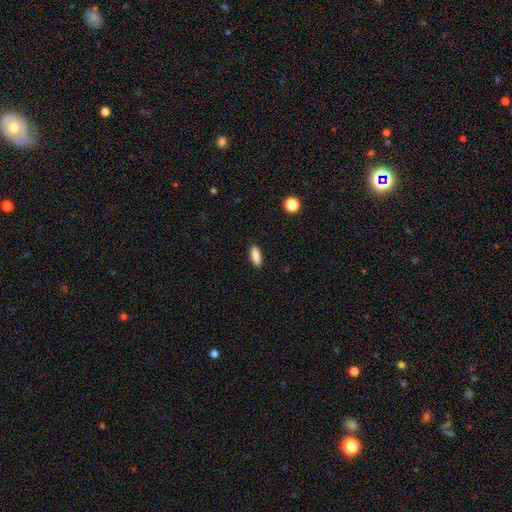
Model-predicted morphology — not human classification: type=smooth (88%); roundness=in between (67%); merging=none (89%).